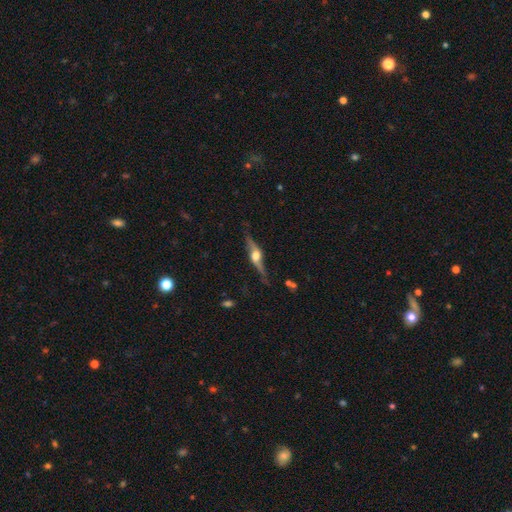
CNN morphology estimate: Smooth or featured: featured or disk — 78% (smooth — 16%)
Edge-on disk: yes — 93% (no — 7%)
Edge-on bulge: rounded — 94% (boxy — 4%)
Merging: none — 74% (minor disturbance — 18%)